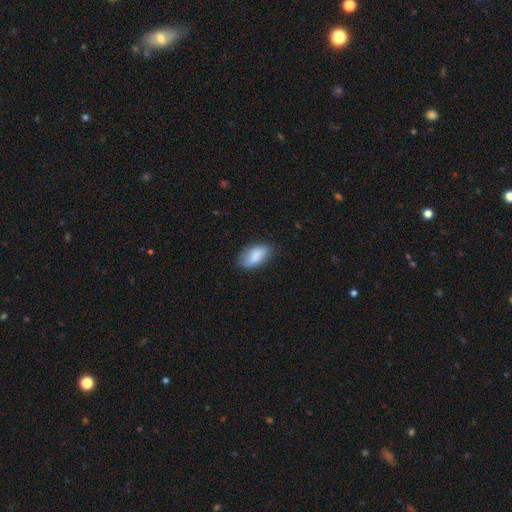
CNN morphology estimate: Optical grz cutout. It shows a smooth galaxy with no disk features (84%) that is in between round and cigar-shaped (93%). Merging: none (73%).